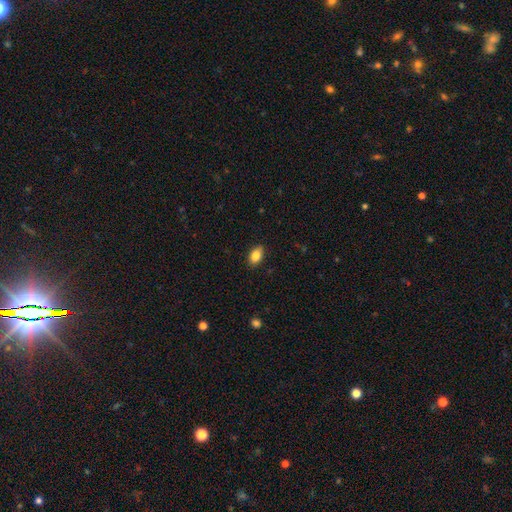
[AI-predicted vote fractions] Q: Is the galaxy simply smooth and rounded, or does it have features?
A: smooth — 86%.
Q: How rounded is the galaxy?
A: in between — 89%.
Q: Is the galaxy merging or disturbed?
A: none — 86%.